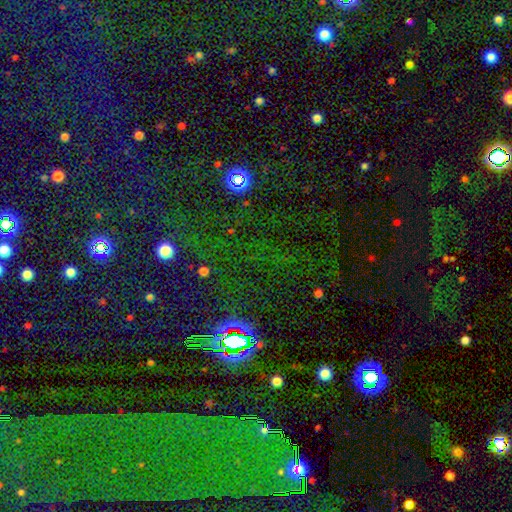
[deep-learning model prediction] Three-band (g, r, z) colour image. It shows a star or artifact, not a galaxy (76%).